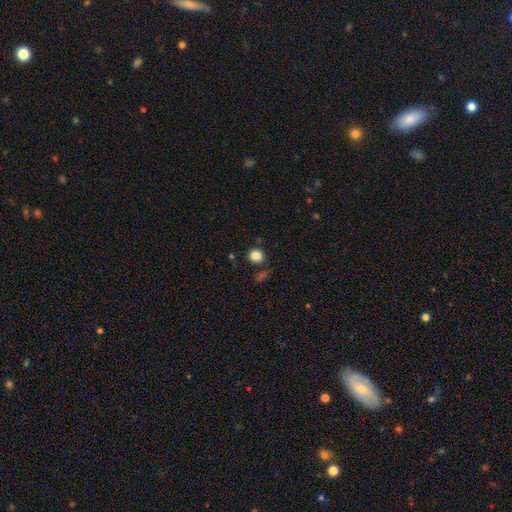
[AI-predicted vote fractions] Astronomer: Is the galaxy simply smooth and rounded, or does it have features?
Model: smooth — 84%.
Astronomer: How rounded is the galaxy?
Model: round — 84%.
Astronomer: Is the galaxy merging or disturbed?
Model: none — 83%.